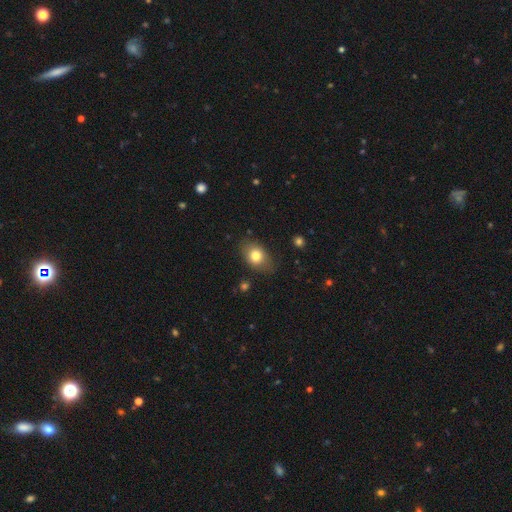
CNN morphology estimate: A smooth galaxy with no disk features (79%) that is in between round and cigar-shaped (75%).

Vote fractions:
- Smooth or featured? smooth: 79% / featured or disk: 12% / star or artifact: 9%
- How rounded? in between: 75% / round: 24% / cigar-shaped: 1%
- Merging? none: 78% / minor disturbance: 16% / major disturbance: 4% / merger: 2%